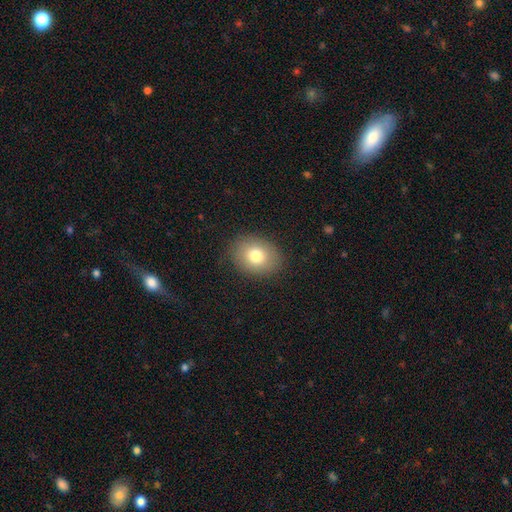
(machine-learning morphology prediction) The model was most divided on "how rounded": in between: 58%, round: 41%, cigar-shaped: 1%. More confident: merging — none (87%); smooth or featured — smooth (79%).